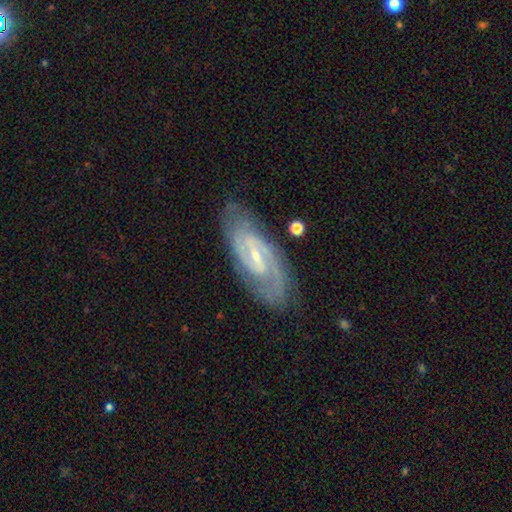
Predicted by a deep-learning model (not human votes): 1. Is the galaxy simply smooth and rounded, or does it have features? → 89% featured or disk, 6% smooth, 5% star or artifact.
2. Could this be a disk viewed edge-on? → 94% no, 6% yes.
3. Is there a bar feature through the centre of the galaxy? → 50% weak, 30% strong, 20% no.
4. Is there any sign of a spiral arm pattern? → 97% yes, 3% no.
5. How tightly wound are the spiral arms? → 46% medium, 44% tight, 10% loose.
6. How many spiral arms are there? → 82% 2, 6% can't tell, 6% 3, 2% 1, 2% 4, 2% more than 4.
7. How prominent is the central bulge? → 73% small, 22% moderate, 3% none, 1% large, 1% dominant.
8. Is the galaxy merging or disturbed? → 79% none, 15% minor disturbance, 4% major disturbance, 2% merger.